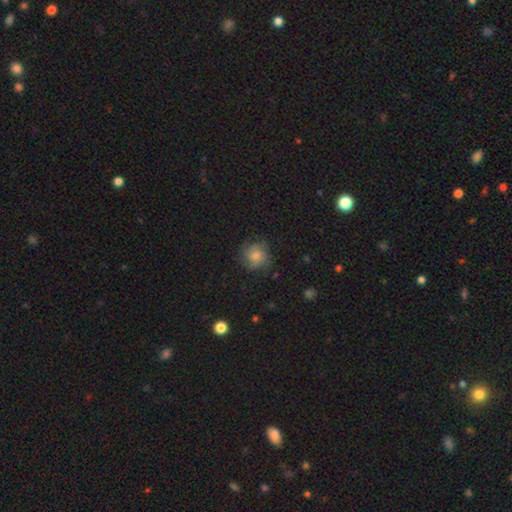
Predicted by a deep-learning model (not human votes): Overall: featured or disk (47%; smooth 41%). Merging: none (75%).